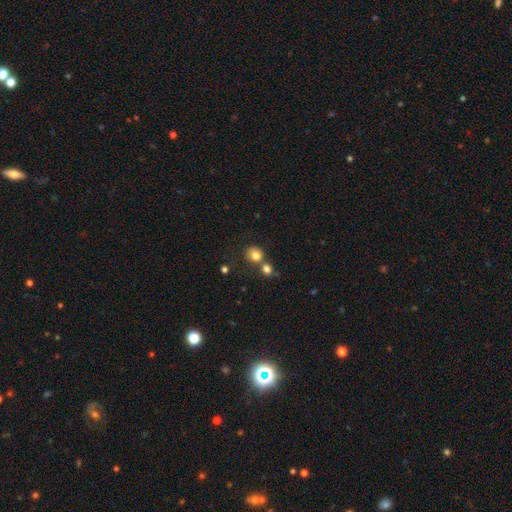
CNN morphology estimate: The model was most divided on "merging": none: 55%, merger: 30%, minor disturbance: 11%, major disturbance: 4%. More confident: how rounded — round (81%); smooth or featured — smooth (80%).